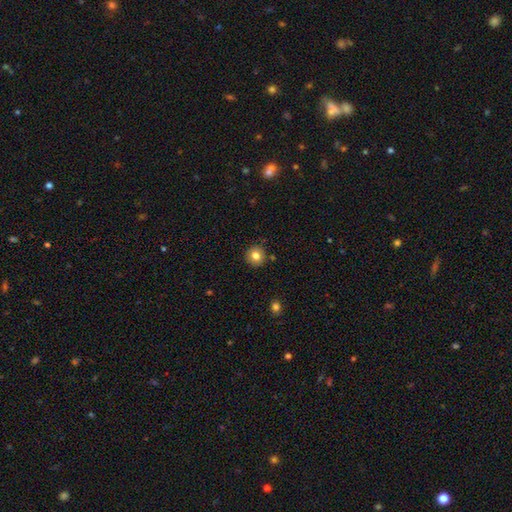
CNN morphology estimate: Q: Smooth or featured?
A: smooth (80%); runner-up: star or artifact (11%)
Q: How rounded?
A: round (93%); runner-up: in between (6%)
Q: Merging?
A: none (90%); runner-up: minor disturbance (7%)